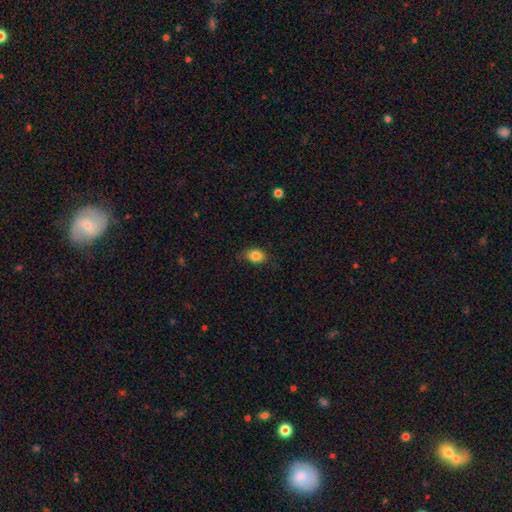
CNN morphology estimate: A smooth galaxy with no disk features (85%) that is in between round and cigar-shaped (72%).

Vote fractions:
- Smooth or featured? smooth: 85% / star or artifact: 9% / featured or disk: 6%
- How rounded? in between: 72% / round: 26% / cigar-shaped: 1%
- Merging? none: 76% / minor disturbance: 18% / major disturbance: 4% / merger: 1%